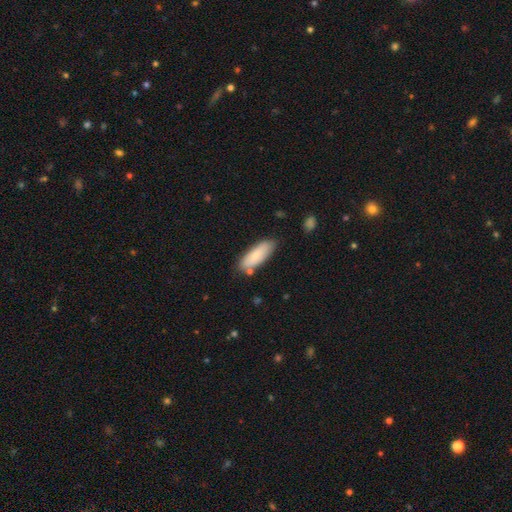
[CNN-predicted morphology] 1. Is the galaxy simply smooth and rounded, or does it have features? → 78% smooth, 16% featured or disk, 6% star or artifact.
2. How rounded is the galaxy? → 68% in between, 30% cigar-shaped, 2% round.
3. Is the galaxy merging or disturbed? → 77% none, 16% minor disturbance, 4% merger, 3% major disturbance.